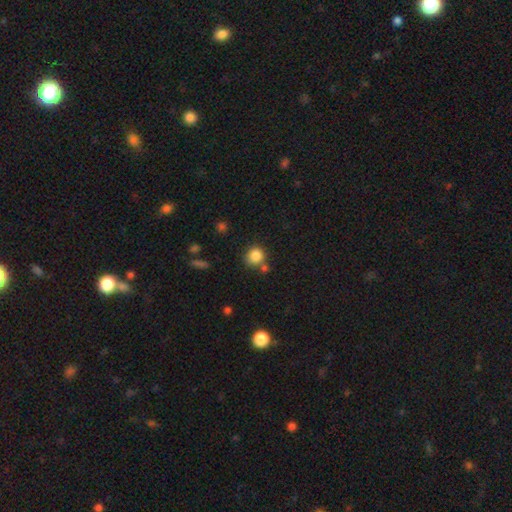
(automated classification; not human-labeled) Smooth or featured? Predicted: smooth (p=0.84). How rounded? Predicted: round (p=0.87). Merging? Predicted: none (p=0.70).